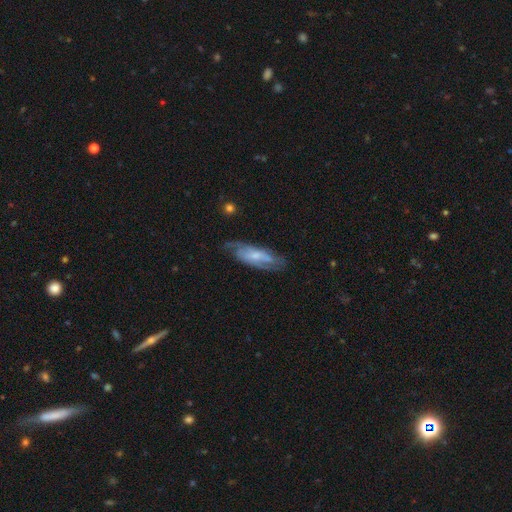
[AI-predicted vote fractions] featured or disk 65%, smooth 29%, star or artifact 6%. Down the decision tree: edge-on disk — no (81%); bar — no (53%); spiral arms — yes (85%); bulge size — small (56%); merging — none (66%).